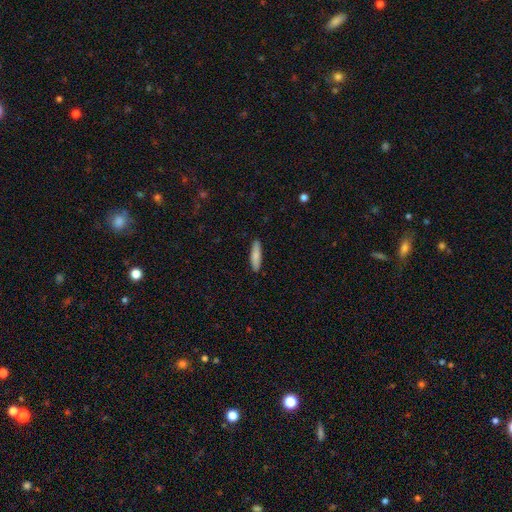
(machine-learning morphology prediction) A smooth galaxy with no disk features (83%) that is cigar-shaped (73%).

Vote fractions:
- Smooth or featured? smooth: 83% / featured or disk: 11% / star or artifact: 6%
- How rounded? cigar-shaped: 73% / in between: 25% / round: 1%
- Merging? none: 90% / minor disturbance: 8% / major disturbance: 2% / merger: 1%